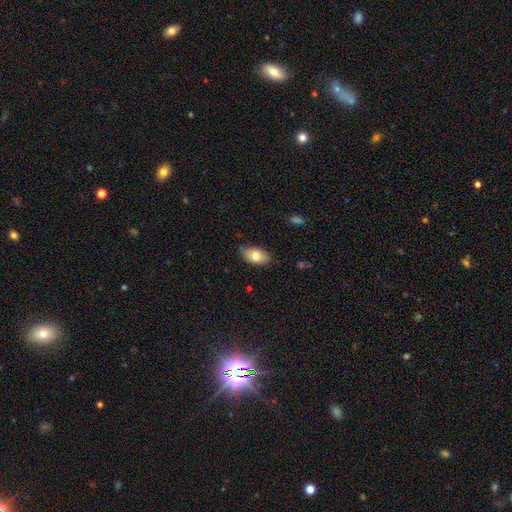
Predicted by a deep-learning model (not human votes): Smooth or featured? Predicted: smooth (p=0.76). How rounded? Predicted: in between (p=0.92). Merging? Predicted: none (p=0.80).